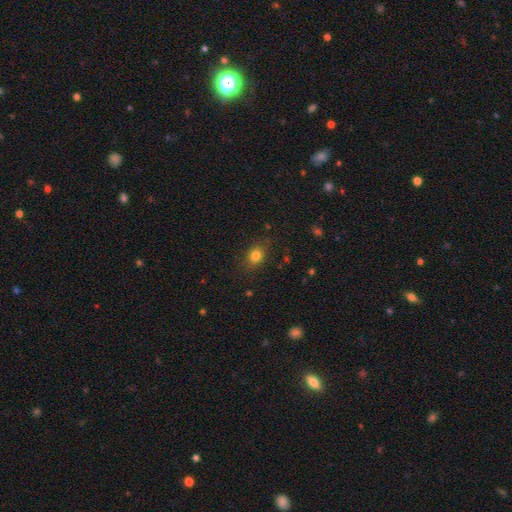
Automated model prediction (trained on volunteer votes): smooth-or-featured: smooth: 80% | star or artifact: 12% | featured or disk: 8%
  how-rounded: in between: 52% | round: 46% | cigar-shaped: 2%
  merging: none: 82% | minor disturbance: 13% | major disturbance: 4% | merger: 1%